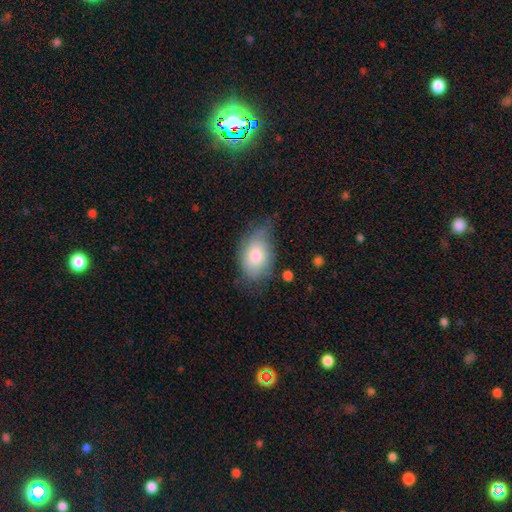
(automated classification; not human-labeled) Smooth or featured? smooth (74%)
How rounded? in between (85%)
Merging? none (47%)